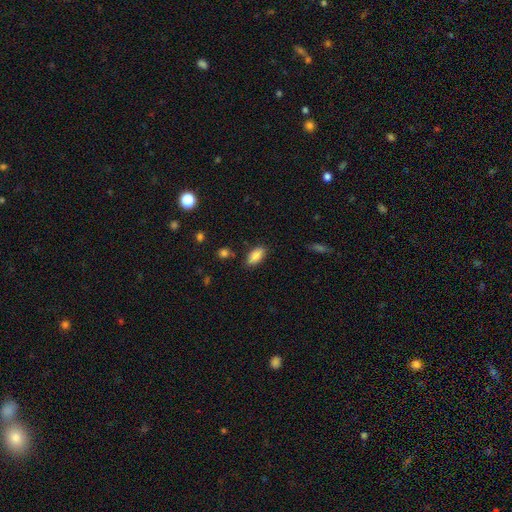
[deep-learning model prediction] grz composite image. It shows a smooth galaxy with no disk features (86%) that is in between round and cigar-shaped (91%). Merging: none (82%).